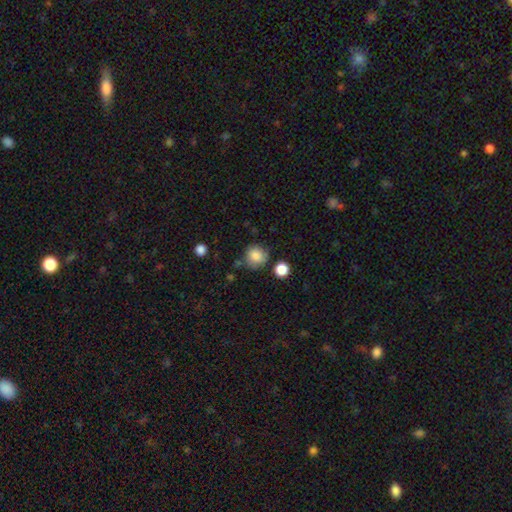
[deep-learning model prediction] A smooth galaxy with no disk features (84%) that is round (88%). Merging: none (72%).